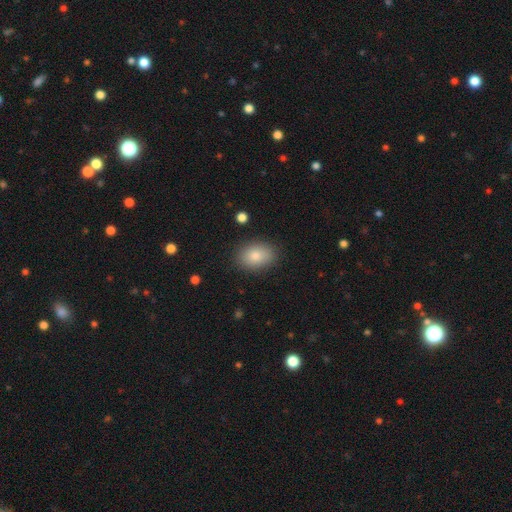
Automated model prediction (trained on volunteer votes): A smooth galaxy with no disk features (84%) that is in between round and cigar-shaped (78%). Merging: none (85%).